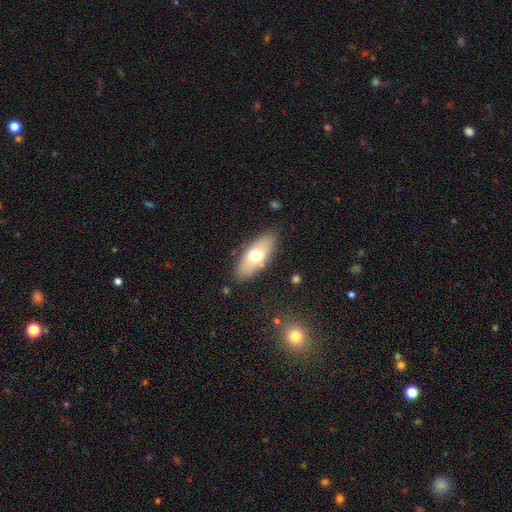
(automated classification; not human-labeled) Morphology: type=smooth (64%); roundness=in between (82%); merging=none (84%).